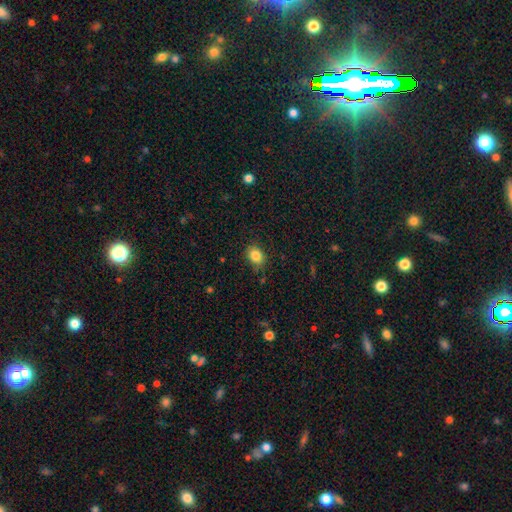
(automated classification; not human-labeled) The model was most divided on "how rounded": in between: 59%, round: 40%, cigar-shaped: 1%. More confident: smooth or featured — smooth (84%); merging — none (82%).